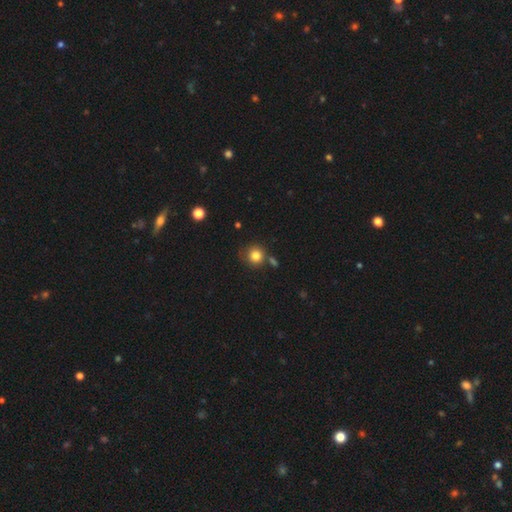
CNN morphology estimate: smooth-or-featured: smooth: 82% | star or artifact: 11% | featured or disk: 7%
  how-rounded: round: 91% | in between: 8% | cigar-shaped: 1%
  merging: none: 70% | minor disturbance: 15% | merger: 10% | major disturbance: 5%